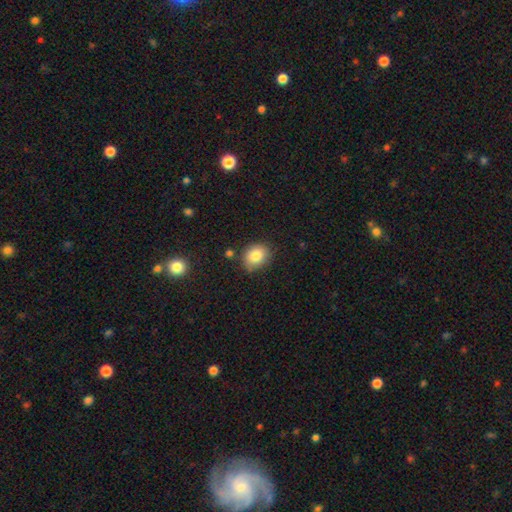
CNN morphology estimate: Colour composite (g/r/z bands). It shows a smooth galaxy with no disk features (82%) that is round (60%). Merging: none (75%).